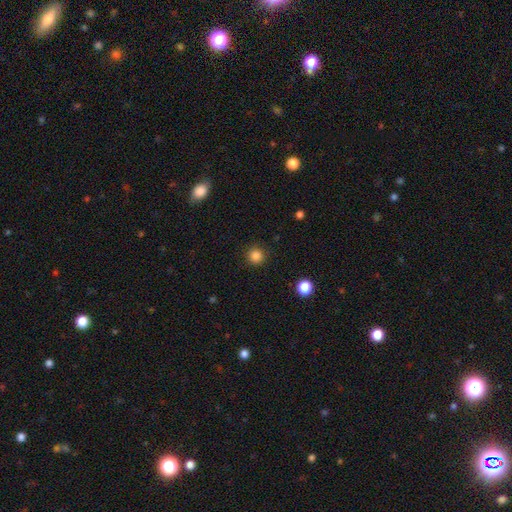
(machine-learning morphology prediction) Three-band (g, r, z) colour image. It shows a smooth galaxy with no disk features (86%) that is round (95%). Merging: none (91%).